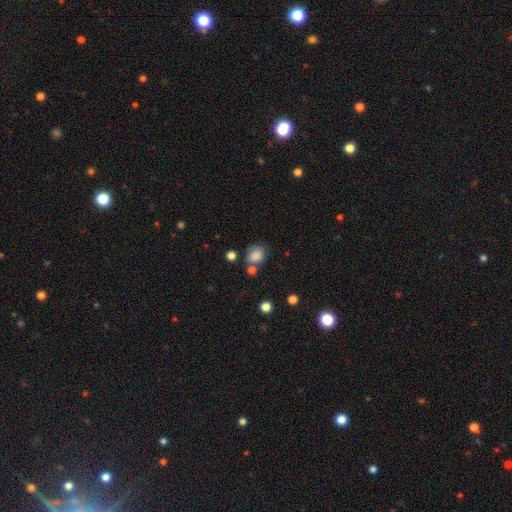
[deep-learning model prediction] Overall: smooth (83%). How rounded: round (50%; in between 49%). Merging: none (60%; minor disturbance 20%).